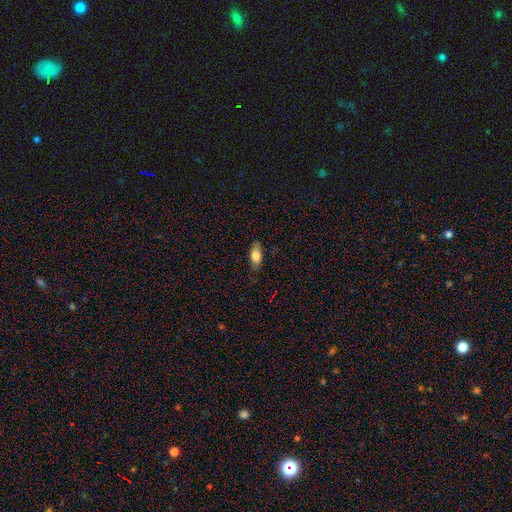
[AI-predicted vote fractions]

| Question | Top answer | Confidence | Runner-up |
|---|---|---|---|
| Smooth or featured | smooth | 79% | featured or disk (14%) |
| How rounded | in between | 86% | cigar-shaped (11%) |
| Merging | none | 79% | minor disturbance (17%) |